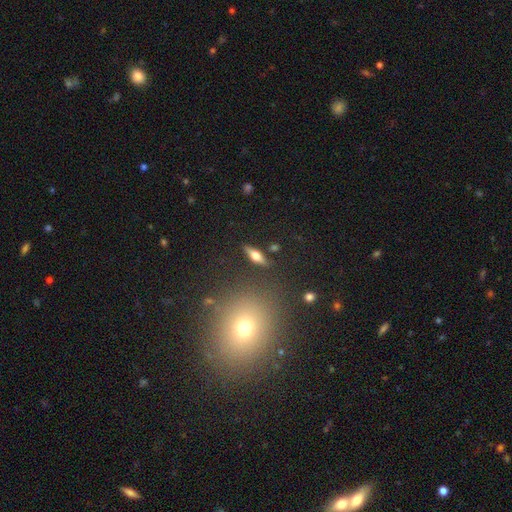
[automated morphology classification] featured or disk 52%, smooth 39%, star or artifact 8%. Down the decision tree: edge-on disk — yes (91%); merging — none (85%).